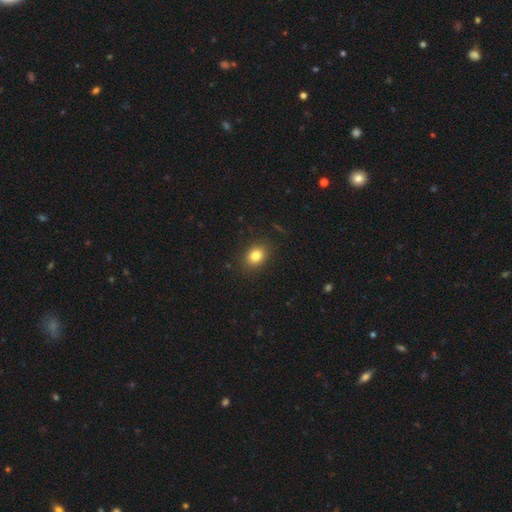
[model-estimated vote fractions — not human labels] This is clearly a smooth galaxy (82%). How rounded: possibly in between (51%). Merging: clearly none (87%).